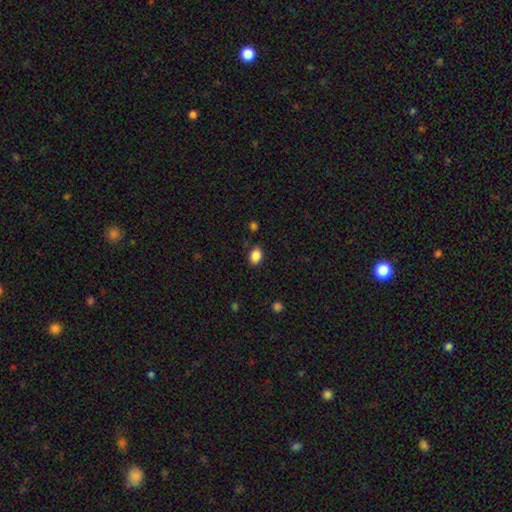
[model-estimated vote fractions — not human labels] Q: Smooth or featured?
A: smooth (87%); runner-up: star or artifact (9%)
Q: How rounded?
A: in between (78%); runner-up: round (21%)
Q: Merging?
A: none (84%); runner-up: minor disturbance (12%)